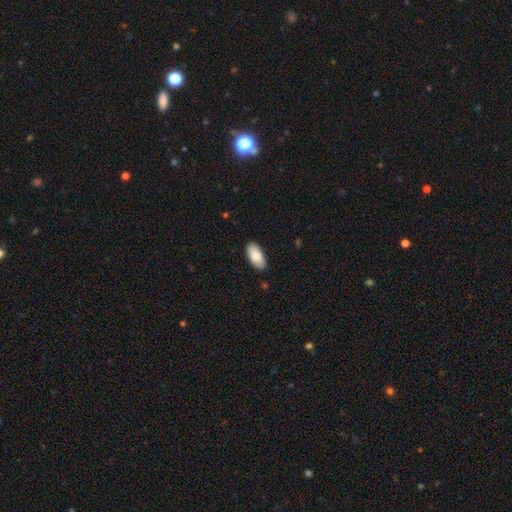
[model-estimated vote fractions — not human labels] Smooth or featured? Predicted: smooth (p=0.86). How rounded? Predicted: in between (p=0.93). Merging? Predicted: none (p=0.88).